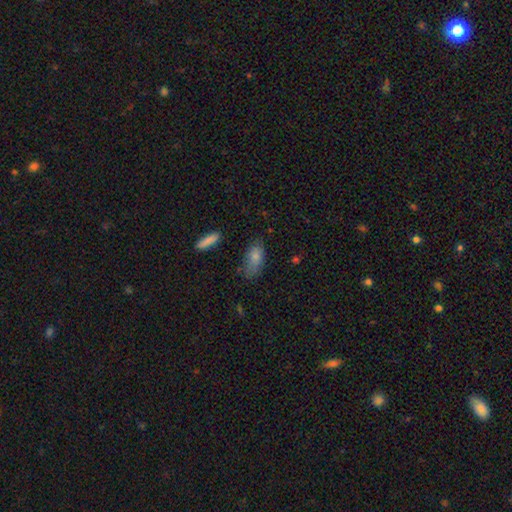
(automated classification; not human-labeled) Q: Smooth or featured?
A: smooth (80%); runner-up: featured or disk (11%)
Q: How rounded?
A: in between (83%); runner-up: cigar-shaped (13%)
Q: Merging?
A: none (59%); runner-up: minor disturbance (29%)